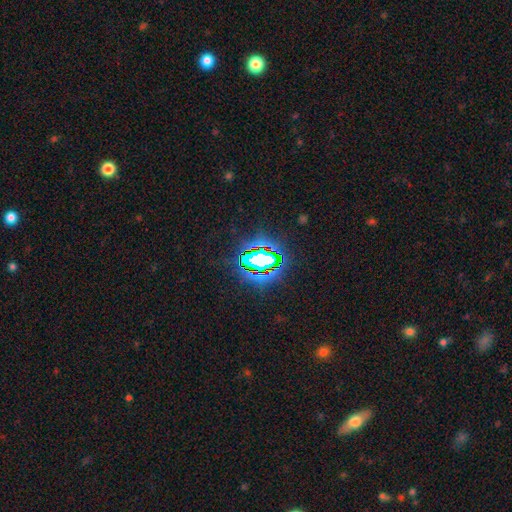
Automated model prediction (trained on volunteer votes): Smooth or featured? star or artifact (69%)